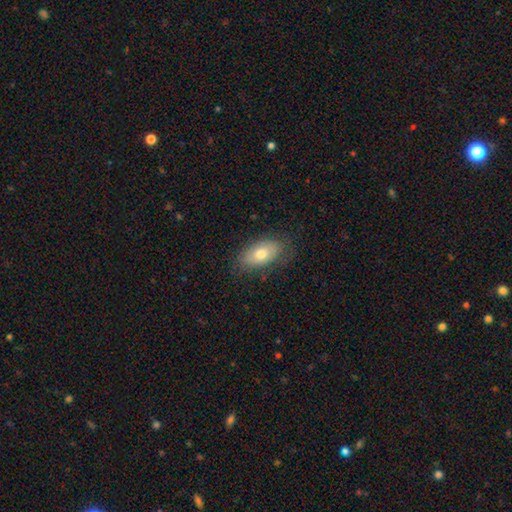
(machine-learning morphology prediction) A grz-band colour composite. It shows a smooth galaxy with no disk features (69%) that is in between round and cigar-shaped (90%). Merging: none (79%).